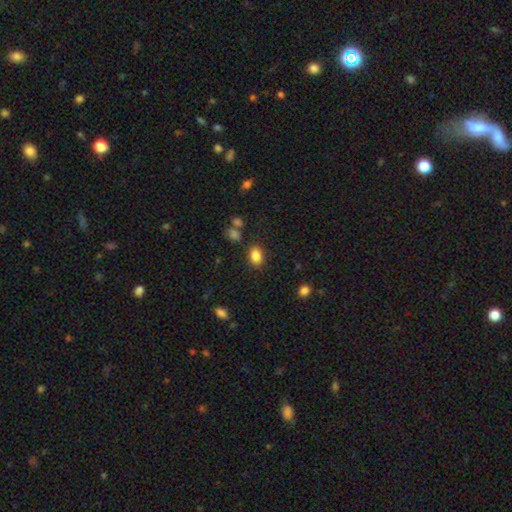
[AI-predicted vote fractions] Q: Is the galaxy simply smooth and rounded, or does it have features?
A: smooth — 85%.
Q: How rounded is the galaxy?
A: in between — 75%.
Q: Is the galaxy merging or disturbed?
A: none — 83%.